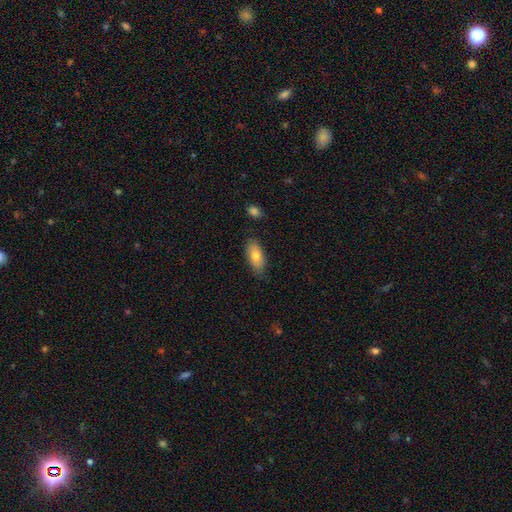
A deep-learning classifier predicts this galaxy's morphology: smooth_or_featured: smooth (p=0.76) [alt: featured or disk p=0.17]
how_rounded: in between (p=0.87) [alt: cigar-shaped p=0.10]
merging: none (p=0.81) [alt: minor disturbance p=0.14]